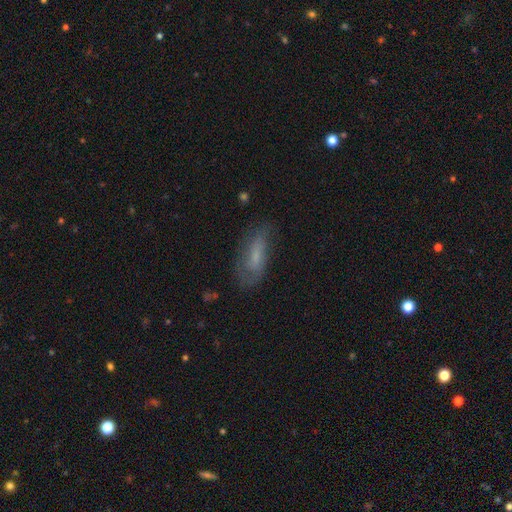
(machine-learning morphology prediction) type=smooth (51%); roundness=in between (67%); merging=none (65%).